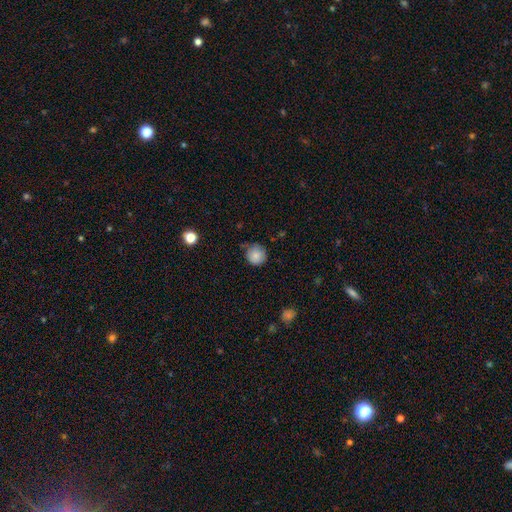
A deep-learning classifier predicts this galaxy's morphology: This appears to be a smooth galaxy with no disk features (83%) that is round (92%). Merging: none (67%).